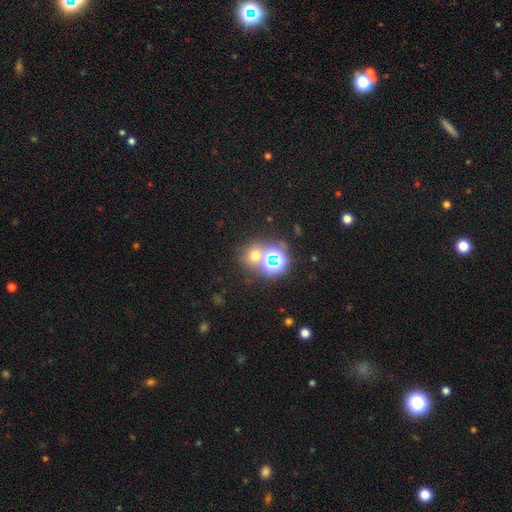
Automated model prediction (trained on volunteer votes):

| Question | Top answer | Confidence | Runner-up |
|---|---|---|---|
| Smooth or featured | smooth | 54% | star or artifact (38%) |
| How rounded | round | 83% | in between (16%) |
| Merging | none | 64% | merger (25%) |